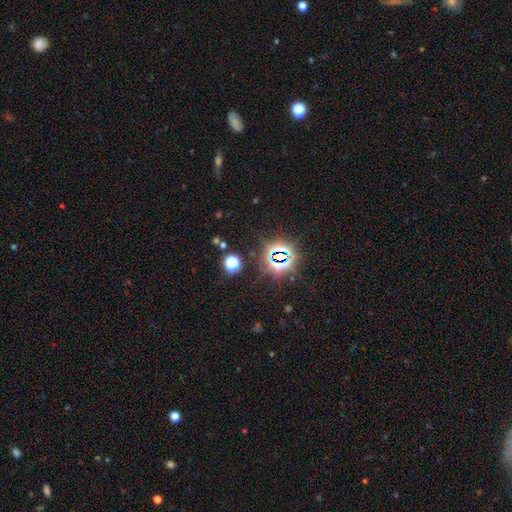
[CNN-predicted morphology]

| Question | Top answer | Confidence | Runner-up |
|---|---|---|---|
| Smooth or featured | star or artifact | 78% | smooth (14%) |